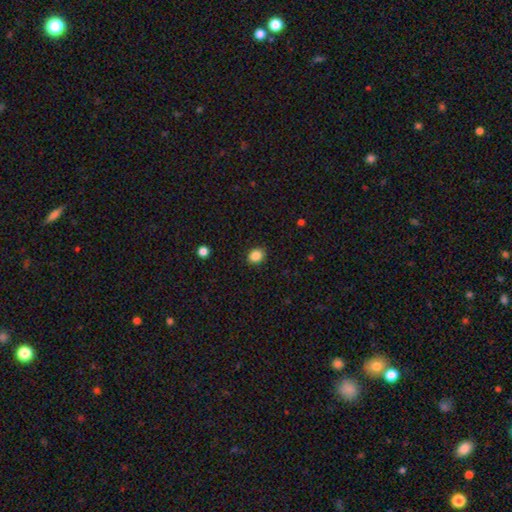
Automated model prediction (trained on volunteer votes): smooth 87%, star or artifact 10%, featured or disk 3%. Down the decision tree: how rounded — round (59%); merging — none (90%).